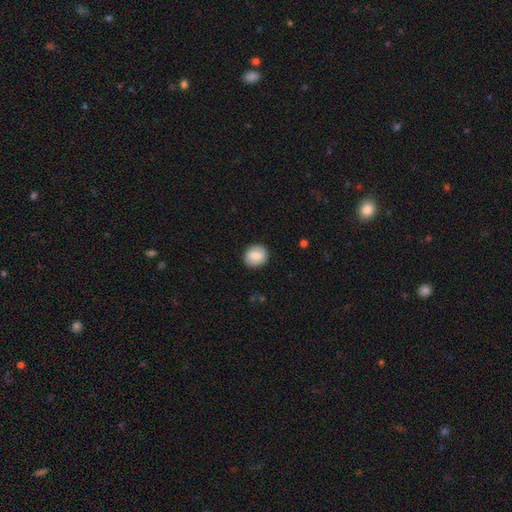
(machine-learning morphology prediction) Smooth or featured: smooth — 81% (featured or disk — 11%)
How rounded: round — 79% (in between — 20%)
Merging: none — 88% (minor disturbance — 9%)